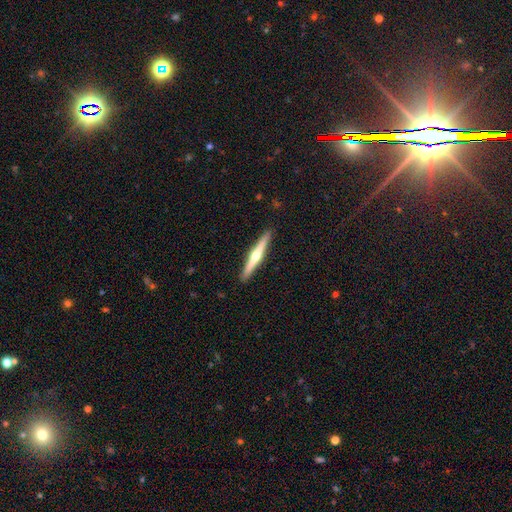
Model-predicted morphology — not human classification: smooth-or-featured: featured or disk: 67% | smooth: 28% | star or artifact: 5%
  disk-edge-on: yes: 98% | no: 2%
    edge-on-bulge: rounded: 89% | none: 8% | boxy: 4%
  merging: none: 92% | minor disturbance: 6% | major disturbance: 1% | merger: 1%